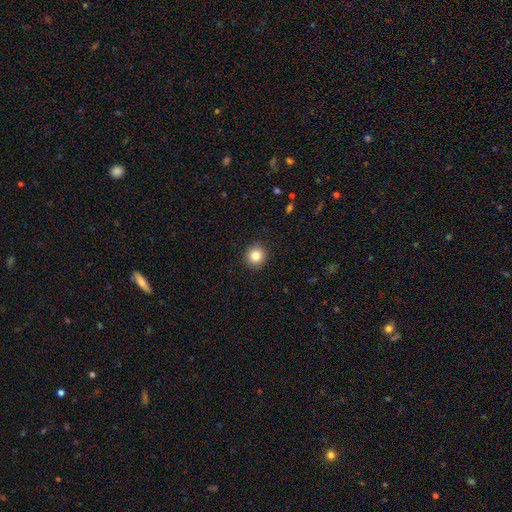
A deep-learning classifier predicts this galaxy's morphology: Smooth or featured? Predicted: smooth (p=0.83). How rounded? Predicted: round (p=0.93). Merging? Predicted: none (p=0.92).